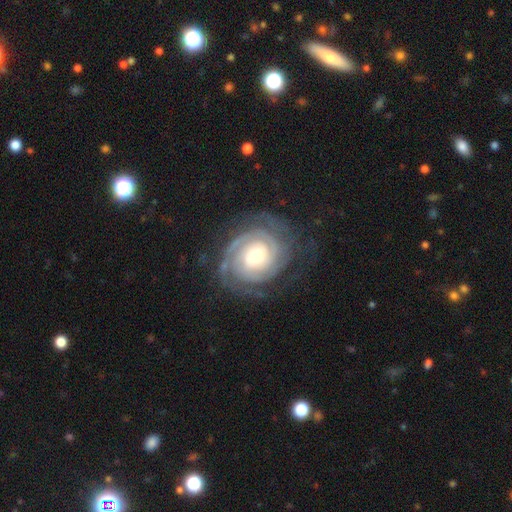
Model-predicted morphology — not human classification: The model was most divided on "spiral arm count": 2: 43%, 3: 20%, can't tell: 18%, 4: 7%, 1: 6%, more than 4: 6%. More confident: edge-on disk — no (98%); spiral arms — yes (98%); smooth or featured — featured or disk (90%); spiral winding — tight (80%); merging — none (75%); bar — no (73%); bulge size — moderate (59%).